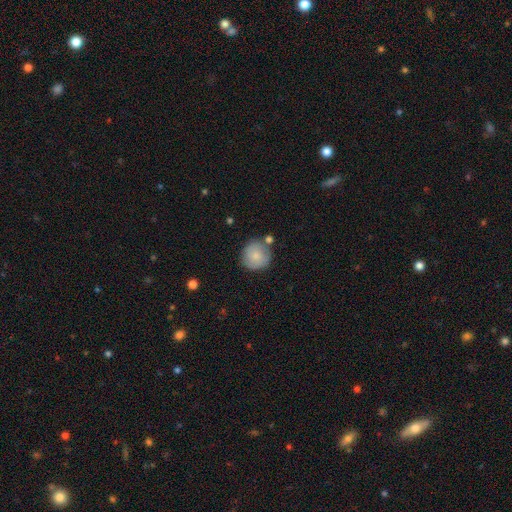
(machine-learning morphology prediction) This is clearly a smooth galaxy (81%). How rounded: clearly round (93%). Merging: likely none (72%).